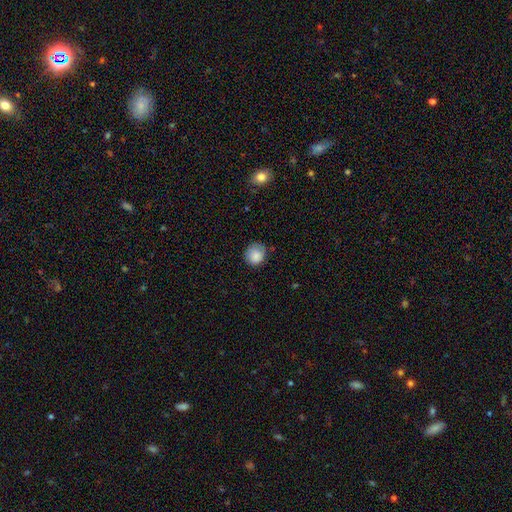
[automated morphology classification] This appears to be a smooth galaxy with no disk features (86%) that is round (81%). Merging: none (70%).